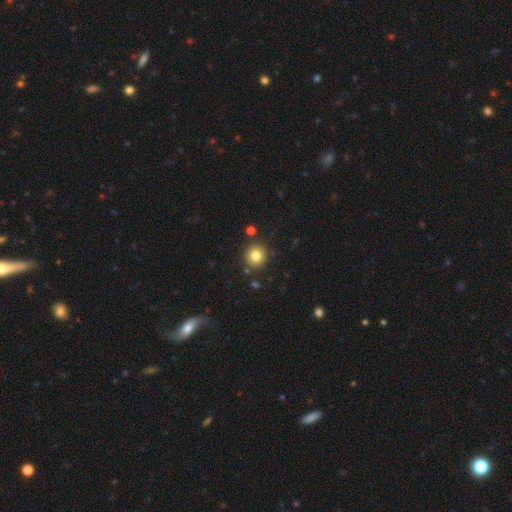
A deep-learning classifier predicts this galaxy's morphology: Smooth or featured: smooth — 82% (star or artifact — 11%)
How rounded: round — 90% (in between — 9%)
Merging: none — 86% (minor disturbance — 8%)